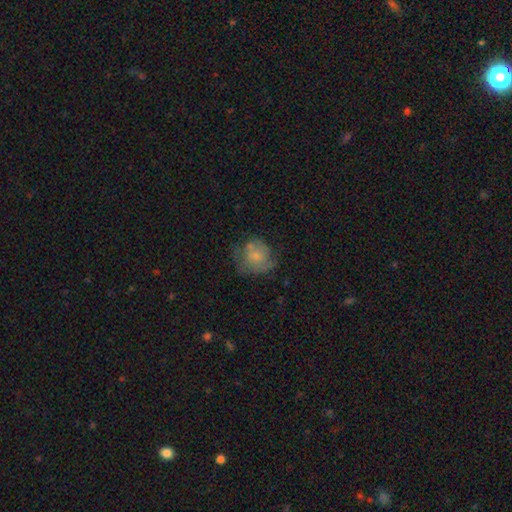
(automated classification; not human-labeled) Smooth or featured? Predicted: smooth (p=0.60). How rounded? Predicted: round (p=0.73). Merging? Predicted: none (p=0.45).